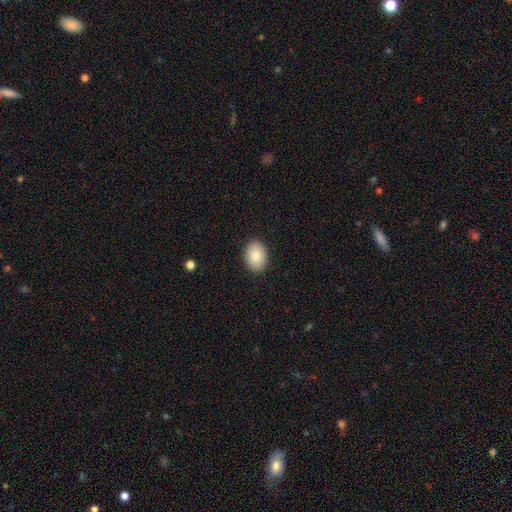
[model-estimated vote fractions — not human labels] Smooth or featured? smooth (84%)
How rounded? in between (79%)
Merging? none (90%)